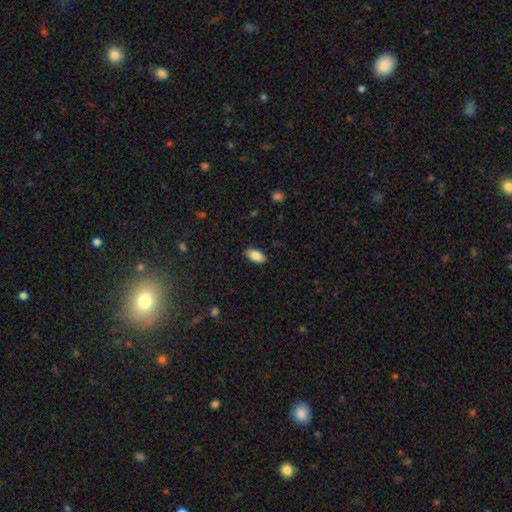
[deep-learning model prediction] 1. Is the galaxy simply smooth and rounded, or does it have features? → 87% smooth, 7% star or artifact, 6% featured or disk.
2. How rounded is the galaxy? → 93% in between, 4% cigar-shaped, 3% round.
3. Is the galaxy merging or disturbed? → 86% none, 10% minor disturbance, 2% major disturbance, 1% merger.